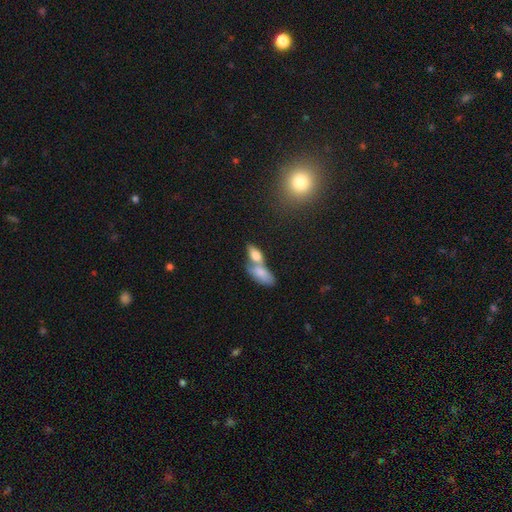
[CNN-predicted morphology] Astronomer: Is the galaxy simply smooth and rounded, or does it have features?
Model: smooth — 72%.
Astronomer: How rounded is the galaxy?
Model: in between — 81%.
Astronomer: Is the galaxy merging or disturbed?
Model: merger — 59%.